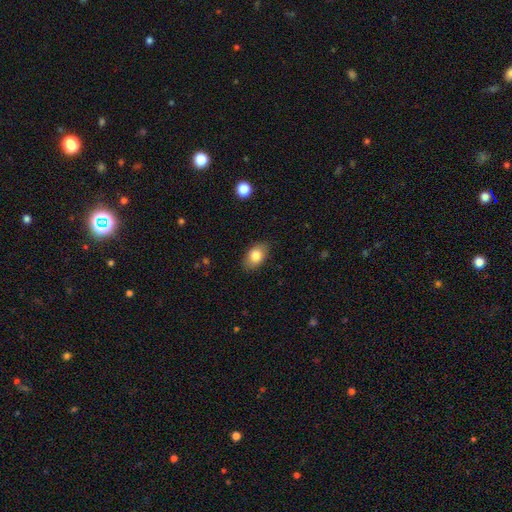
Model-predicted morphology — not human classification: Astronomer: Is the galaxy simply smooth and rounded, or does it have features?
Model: smooth — 82%.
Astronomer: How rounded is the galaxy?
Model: in between — 86%.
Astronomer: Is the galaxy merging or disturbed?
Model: none — 83%.